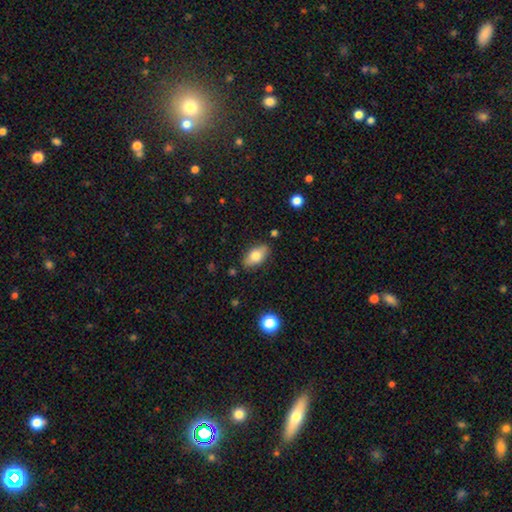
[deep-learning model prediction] Morphology: type=smooth (74%); roundness=in between (88%); merging=none (85%).